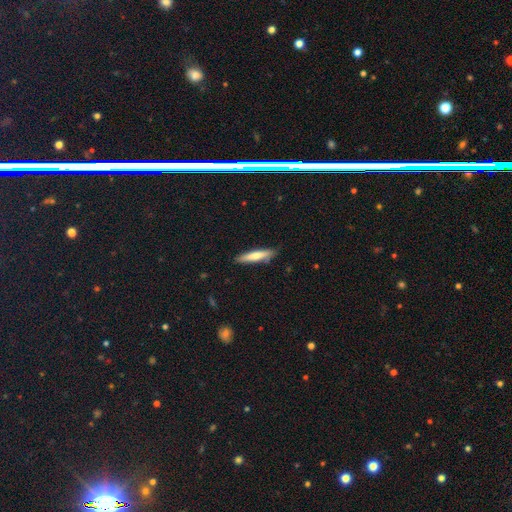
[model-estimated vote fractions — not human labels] Smooth or featured? smooth (64%)
How rounded? cigar-shaped (87%)
Merging? none (86%)